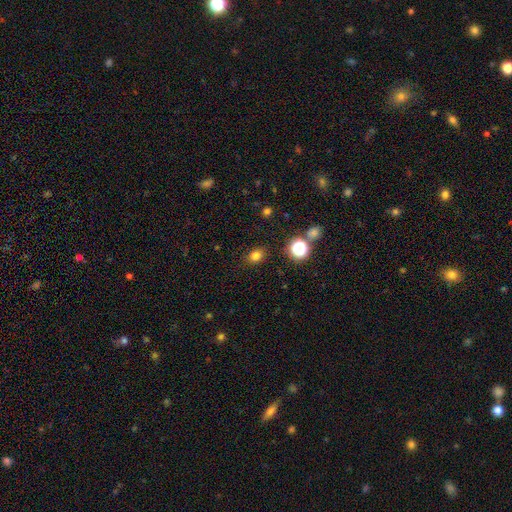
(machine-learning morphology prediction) smooth 78%, star or artifact 16%, featured or disk 5%. Down the decision tree: how rounded — round (52%); merging — none (87%).